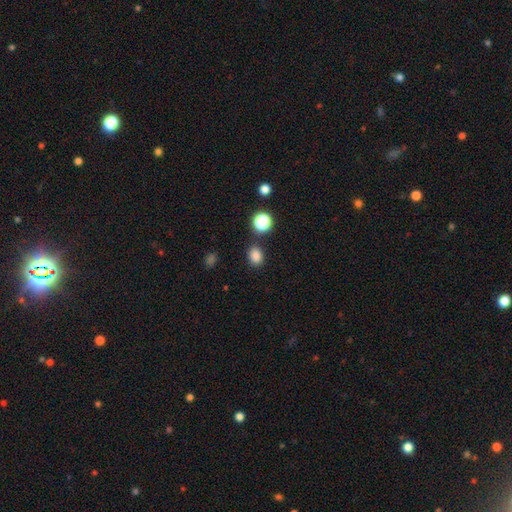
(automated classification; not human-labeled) Smooth or featured: smooth — 82% (star or artifact — 14%)
How rounded: in between — 56% (round — 43%)
Merging: none — 81% (minor disturbance — 11%)